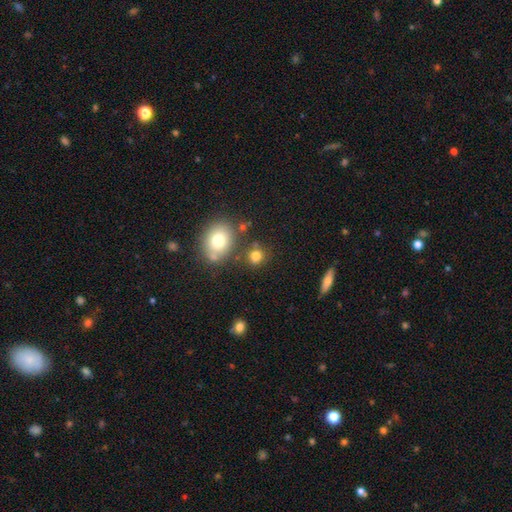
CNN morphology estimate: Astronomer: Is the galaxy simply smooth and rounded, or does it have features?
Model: smooth — 78%.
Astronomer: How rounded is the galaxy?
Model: round — 74%.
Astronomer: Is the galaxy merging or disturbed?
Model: none — 73%.